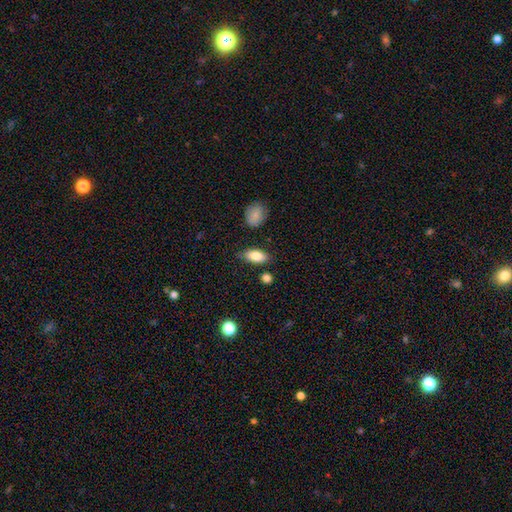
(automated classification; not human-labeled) Q: Smooth or featured?
A: smooth (84%); runner-up: featured or disk (9%)
Q: How rounded?
A: in between (89%); runner-up: cigar-shaped (8%)
Q: Merging?
A: none (78%); runner-up: minor disturbance (16%)